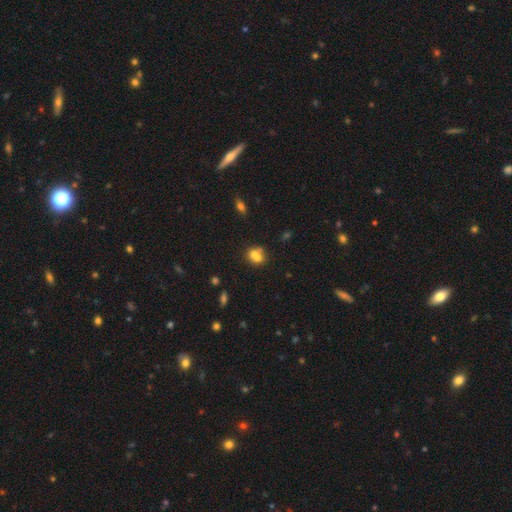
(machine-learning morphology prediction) smooth_or_featured: smooth (p=0.69) [alt: featured or disk p=0.19]
how_rounded: round (p=0.60) [alt: in between p=0.38]
merging: merger (p=0.53) [alt: none p=0.33]